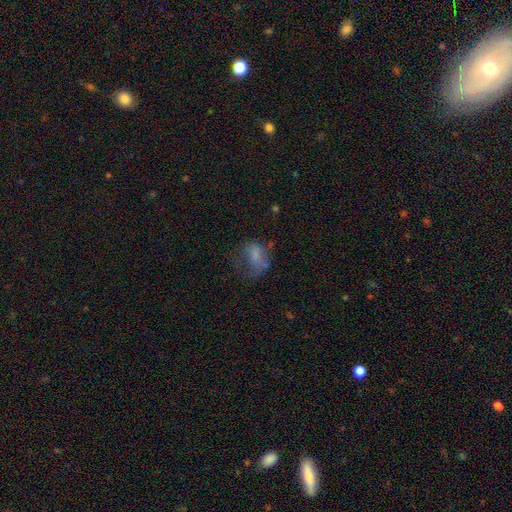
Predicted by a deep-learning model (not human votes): smooth-or-featured: smooth: 61% | featured or disk: 25% | star or artifact: 14%
  how-rounded: in between: 69% | round: 29% | cigar-shaped: 2%
  merging: major disturbance: 41% | none: 32% | minor disturbance: 24% | merger: 4%